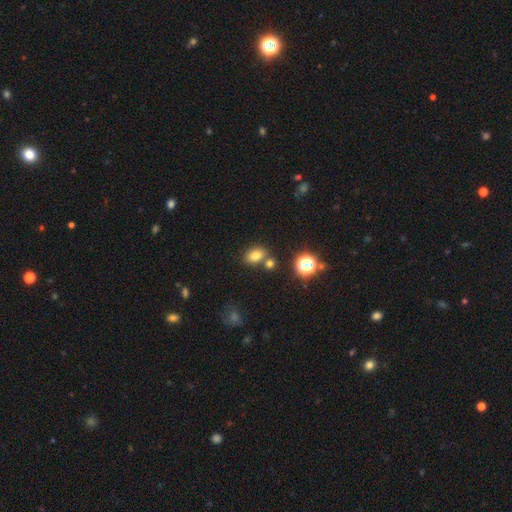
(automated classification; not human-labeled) Smooth or featured? Predicted: smooth (p=0.77). How rounded? Predicted: in between (p=0.76). Merging? Predicted: none (p=0.67).